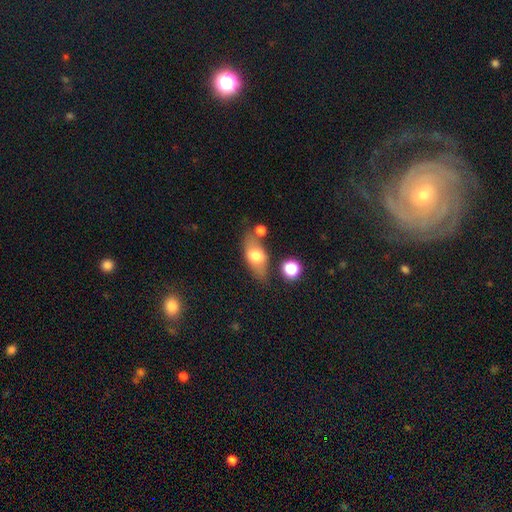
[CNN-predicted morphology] smooth-or-featured: smooth: 62% | featured or disk: 30% | star or artifact: 8%
  how-rounded: in between: 78% | cigar-shaped: 13% | round: 10%
  merging: none: 67% | minor disturbance: 18% | merger: 9% | major disturbance: 6%